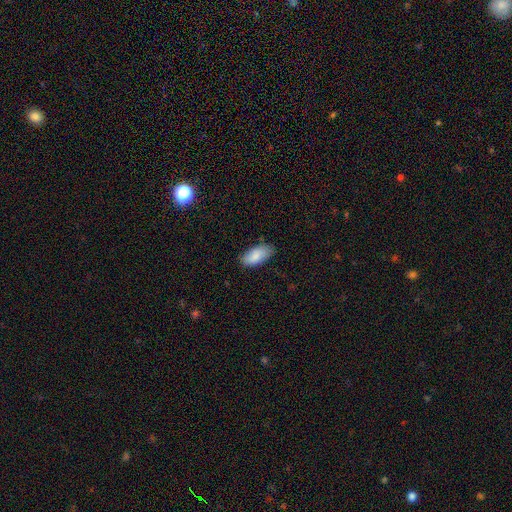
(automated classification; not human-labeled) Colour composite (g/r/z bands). It shows a smooth galaxy with no disk features (86%) that is in between round and cigar-shaped (91%). Merging: none (79%).